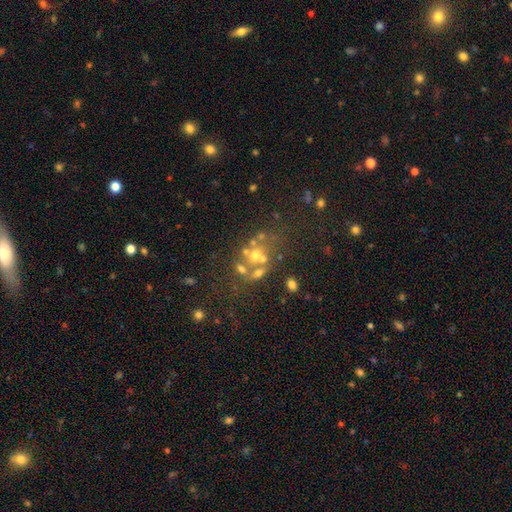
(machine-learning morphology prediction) Smooth or featured: featured or disk — 36% (tied with smooth — 36%)
Merging: none — 39% (merger — 38%)